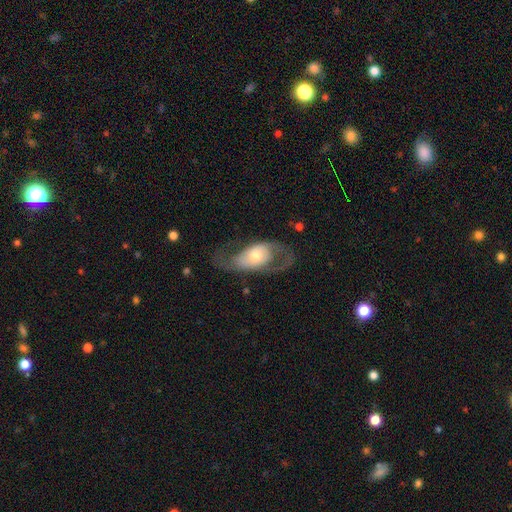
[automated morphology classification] A featured or disk galaxy (69%) with no bar (71%), spiral arms (71%) and a moderate central bulge (64%).

Vote fractions:
- Smooth or featured? featured or disk: 69% / smooth: 26% / star or artifact: 5%
- Edge-on disk? no: 90% / yes: 10%
- Bar? no: 71% / weak: 20% / strong: 8%
- Spiral arms? yes: 71% / no: 29%
- Bulge size? moderate: 64% / small: 18% / large: 15% / dominant: 2% / none: 1%
- Merging? none: 55% / major disturbance: 25% / minor disturbance: 17% / merger: 2%